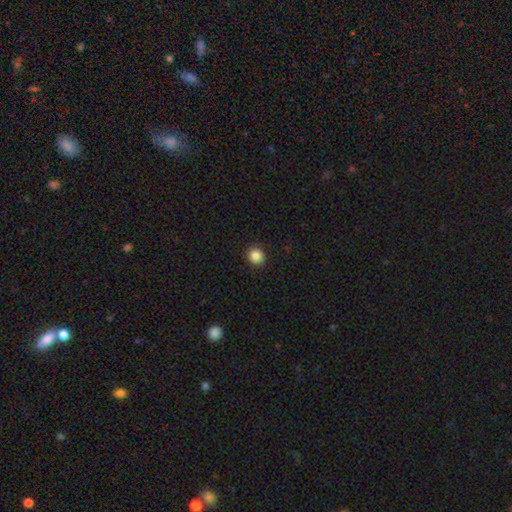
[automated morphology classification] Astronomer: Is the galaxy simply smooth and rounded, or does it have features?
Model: smooth — 87%.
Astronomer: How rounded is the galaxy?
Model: round — 86%.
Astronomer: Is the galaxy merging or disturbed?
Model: none — 91%.